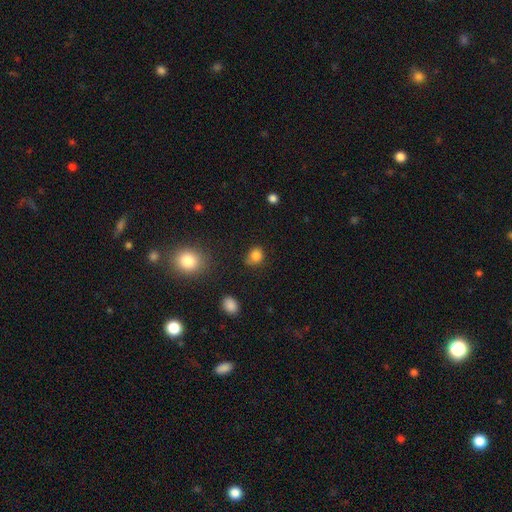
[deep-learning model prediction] A smooth galaxy with no disk features (83%) that is round (63%). Merging: none (67%).